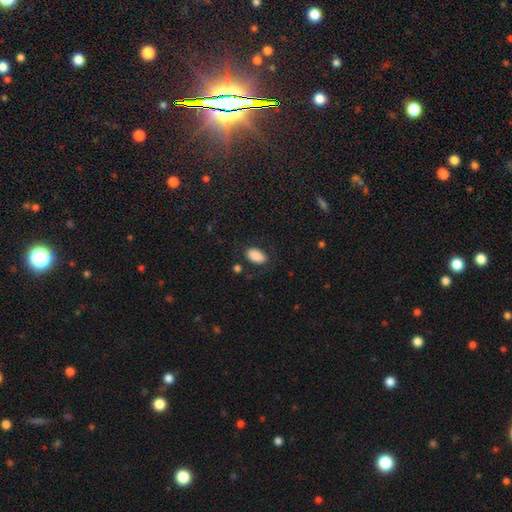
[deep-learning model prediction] smooth 88%, star or artifact 7%, featured or disk 5%. Down the decision tree: how rounded — in between (93%); merging — none (77%).